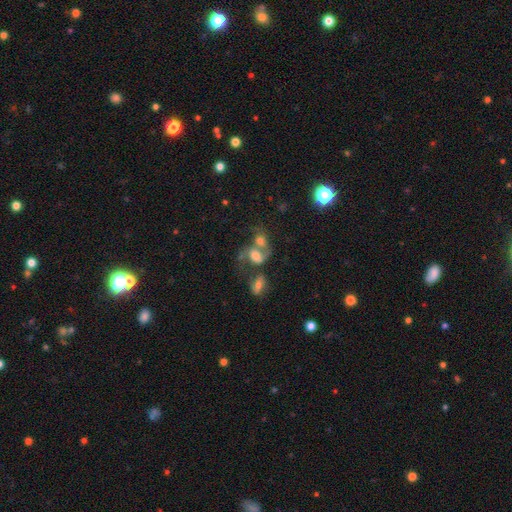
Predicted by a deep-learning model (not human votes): Q: Smooth or featured?
A: smooth (45%); runner-up: featured or disk (41%)
Q: Merging?
A: merger (62%); runner-up: none (17%)